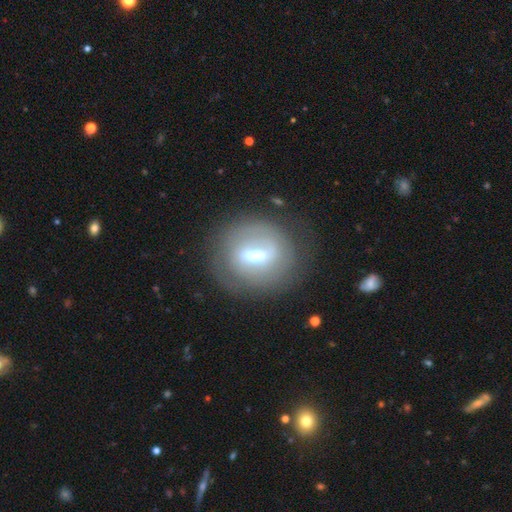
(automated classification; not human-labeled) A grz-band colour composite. It shows a featured or disk galaxy (61%) with a weak bar (45%), no spiral arms (54%) and a moderate central bulge (57%). Merging: none (70%).